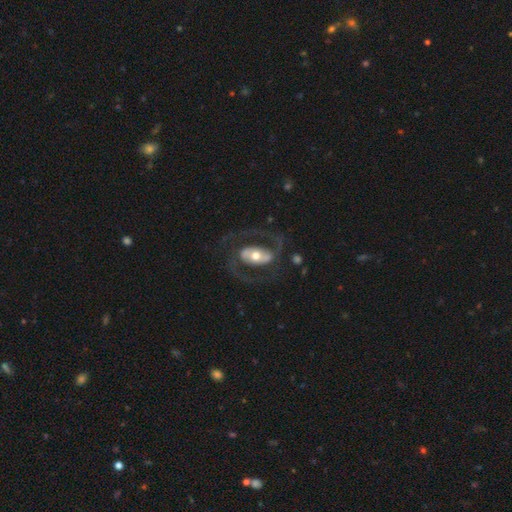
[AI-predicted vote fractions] Smooth or featured? Predicted: featured or disk (p=0.84). Edge-on disk? Predicted: no (p=0.96). Bar? Predicted: strong (p=0.40). Spiral arms? Predicted: yes (p=0.87). Spiral winding? Predicted: medium (p=0.55). Spiral arm count? Predicted: 2 (p=0.91). Bulge size? Predicted: moderate (p=0.67). Merging? Predicted: none (p=0.69).